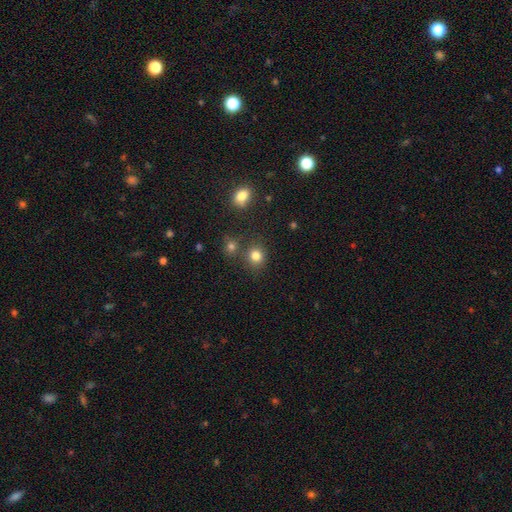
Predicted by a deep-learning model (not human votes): Q: Smooth or featured?
A: smooth (81%); runner-up: star or artifact (14%)
Q: How rounded?
A: round (82%); runner-up: in between (17%)
Q: Merging?
A: none (77%); runner-up: merger (10%)